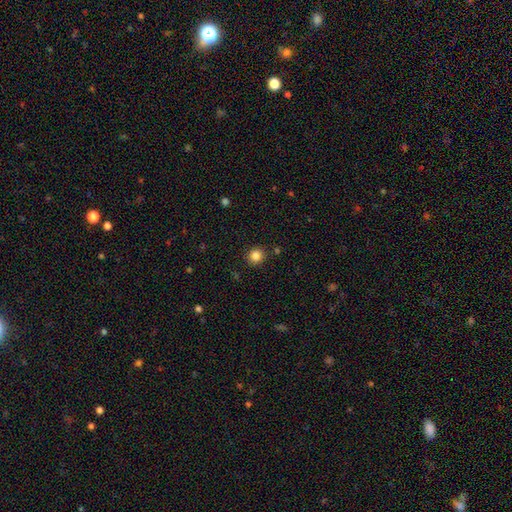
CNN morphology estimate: Overall: smooth (84%). How rounded: round (89%). Merging: none (88%).